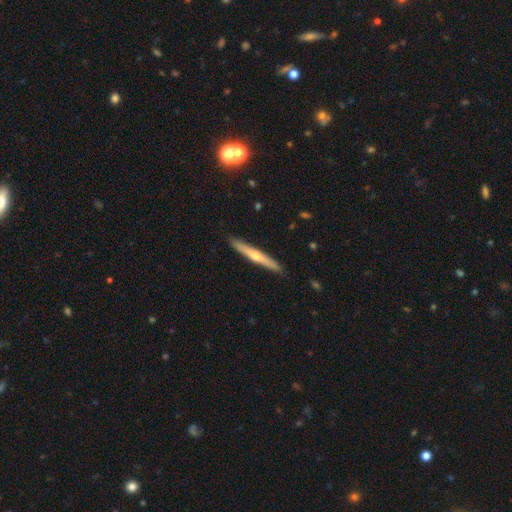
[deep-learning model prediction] A featured or disk galaxy (58%) viewed edge-on (97%) with a rounded central bulge (80%).

Vote fractions:
- Smooth or featured? featured or disk: 58% / smooth: 36% / star or artifact: 5%
- Edge-on disk? yes: 97% / no: 3%
- Edge-on bulge? rounded: 80% / none: 17% / boxy: 3%
- Merging? none: 91% / minor disturbance: 6% / major disturbance: 1% / merger: 1%